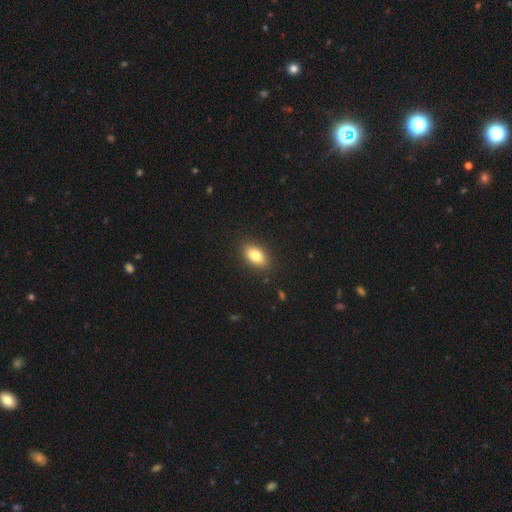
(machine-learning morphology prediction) This appears to be a smooth galaxy with no disk features (80%) that is in between round and cigar-shaped (87%). Merging: none (88%).